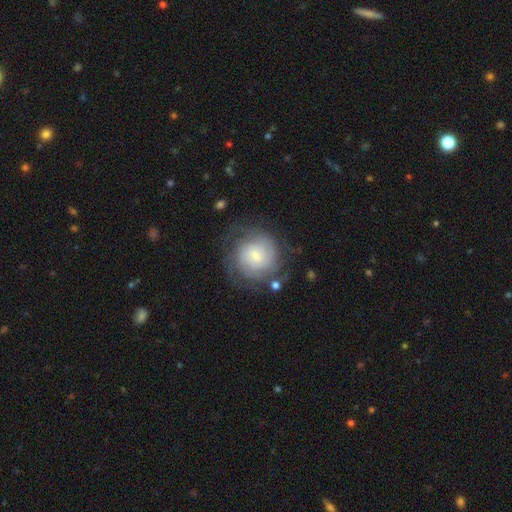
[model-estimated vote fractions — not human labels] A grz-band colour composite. It shows a featured or disk galaxy (68%) with no bar (68%), tight (70%) spiral arms (90%) and a small central bulge (69%). Merging: none (71%).